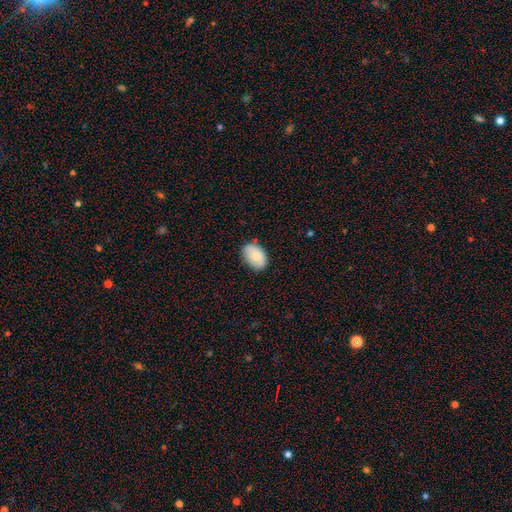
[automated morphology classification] Smooth or featured?
  - smooth: 81% *
  - featured or disk: 12%
  - star or artifact: 7%
How rounded?
  - in between: 89% *
  - round: 10%
  - cigar-shaped: 1%
Merging?
  - none: 79% *
  - minor disturbance: 17%
  - major disturbance: 3%
  - merger: 1%